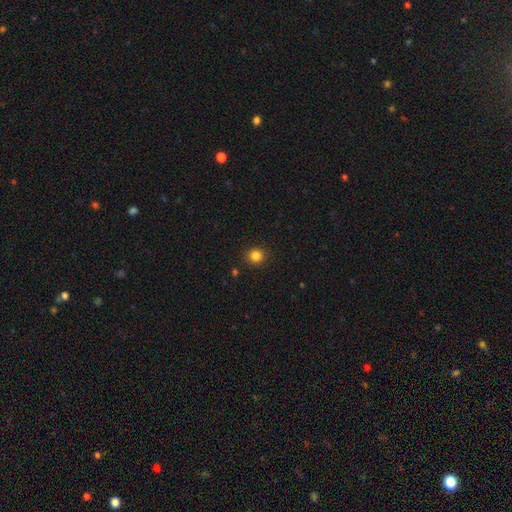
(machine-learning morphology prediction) Overall: smooth (84%). How rounded: round (87%). Merging: none (91%).